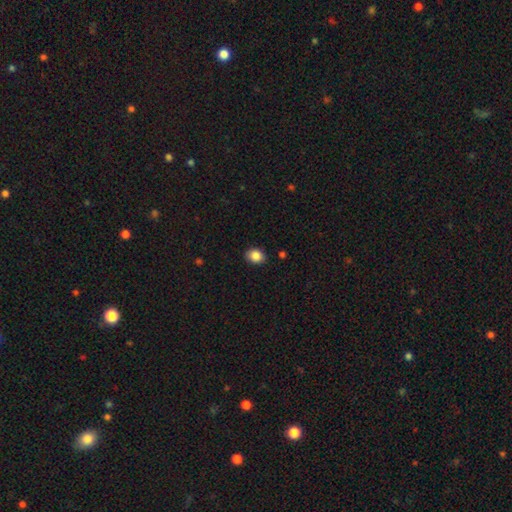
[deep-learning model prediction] The model was most divided on "how rounded": in between: 56%, round: 43%, cigar-shaped: 1%. More confident: merging — none (87%); smooth or featured — smooth (86%).